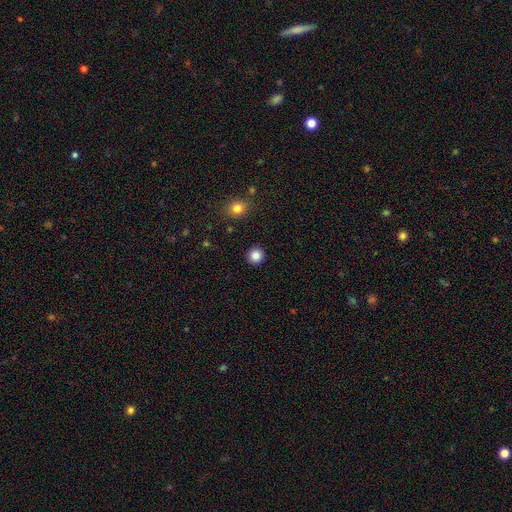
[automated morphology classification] Q: Smooth or featured?
A: smooth (85%); runner-up: star or artifact (10%)
Q: How rounded?
A: round (95%); runner-up: in between (5%)
Q: Merging?
A: none (93%); runner-up: minor disturbance (4%)